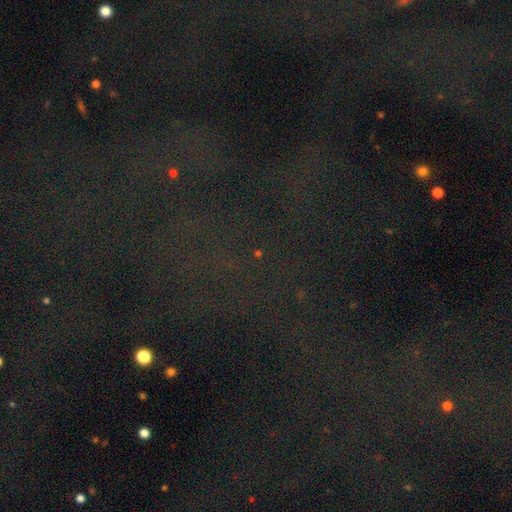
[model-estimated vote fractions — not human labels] smooth-or-featured: star or artifact: 78% | smooth: 12% | featured or disk: 9%